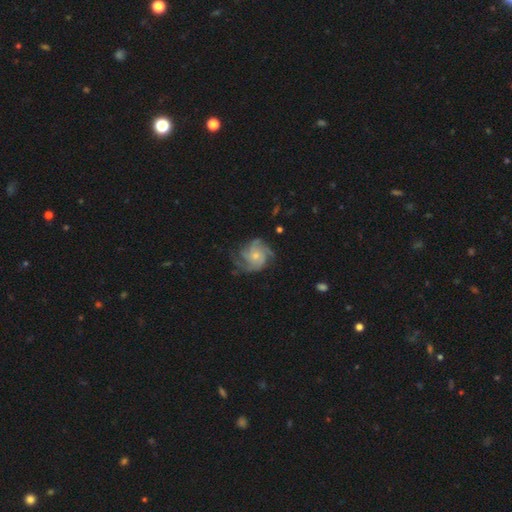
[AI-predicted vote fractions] smooth_or_featured: featured or disk (p=0.84) [alt: smooth p=0.09]
disk_edge_on: no (p=0.98) [alt: yes p=0.02]
bar: no (p=0.78) [alt: weak p=0.19]
has_spiral_arms: yes (p=0.97) [alt: no p=0.03]
spiral_winding: tight (p=0.44) [alt: medium p=0.43]
spiral_arm_count: 3 (p=0.30) [alt: 4 p=0.27]
bulge_size: small (p=0.61) [alt: moderate p=0.32]
merging: none (p=0.68) [alt: minor disturbance p=0.19]